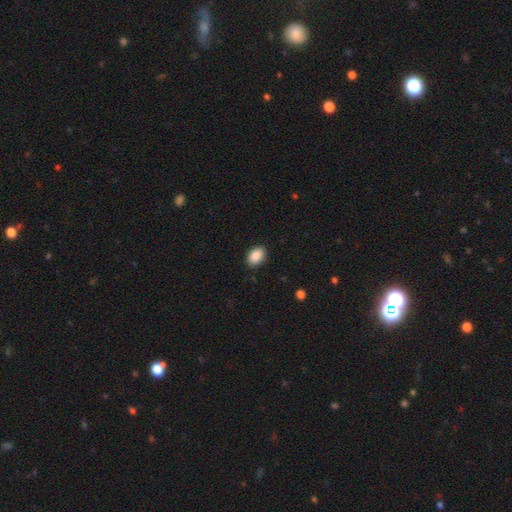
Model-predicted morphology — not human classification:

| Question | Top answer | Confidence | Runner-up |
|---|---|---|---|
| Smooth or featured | smooth | 89% | star or artifact (8%) |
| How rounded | in between | 85% | round (14%) |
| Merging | none | 88% | minor disturbance (9%) |